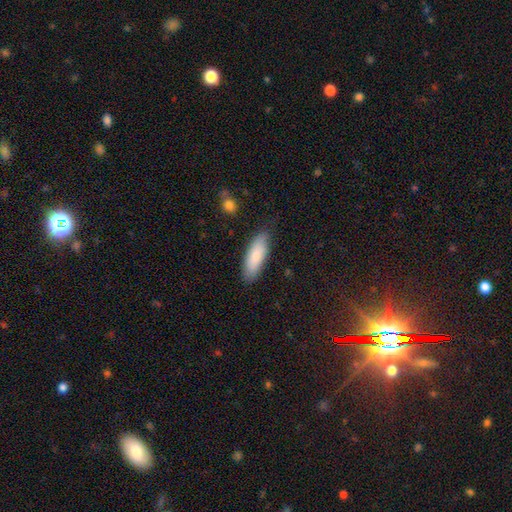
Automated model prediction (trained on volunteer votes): A smooth galaxy with no disk features (84%) that is in between round and cigar-shaped (62%). Merging: none (81%).